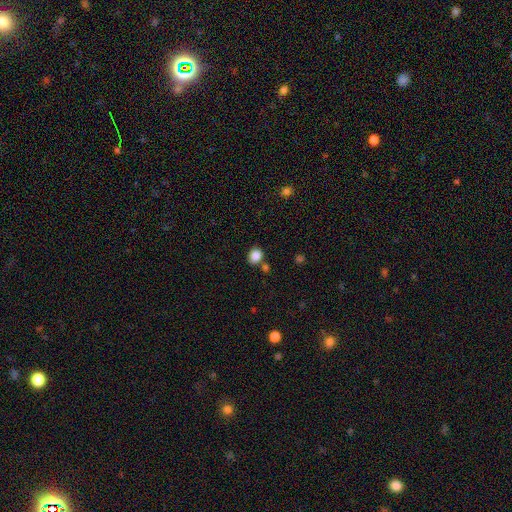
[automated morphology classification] A smooth galaxy with no disk features (86%) that is round (66%).

Vote fractions:
- Smooth or featured? smooth: 86% / star or artifact: 10% / featured or disk: 4%
- How rounded? round: 66% / in between: 33% / cigar-shaped: 1%
- Merging? none: 74% / merger: 12% / minor disturbance: 11% / major disturbance: 3%